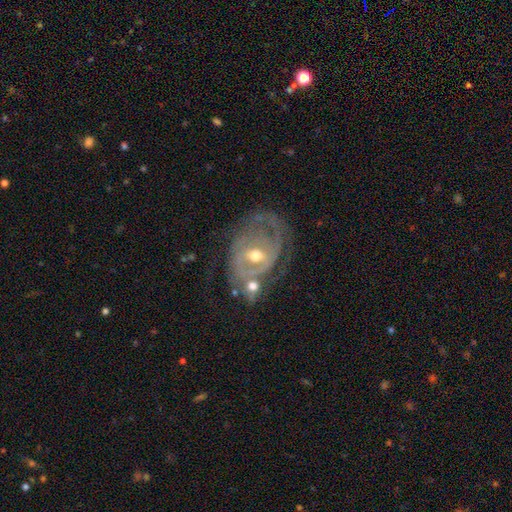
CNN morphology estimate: Overall: featured or disk (81%). Edge-on disk: no (96%). Bar: weak (44%; no 35%). Spiral arms: yes (74%). Spiral arm count: 2 (38%; can't tell 35%). Spiral winding: tight (54%; medium 32%). Bulge size: moderate (66%; small 28%). Merging: none (39%; major disturbance 24%).